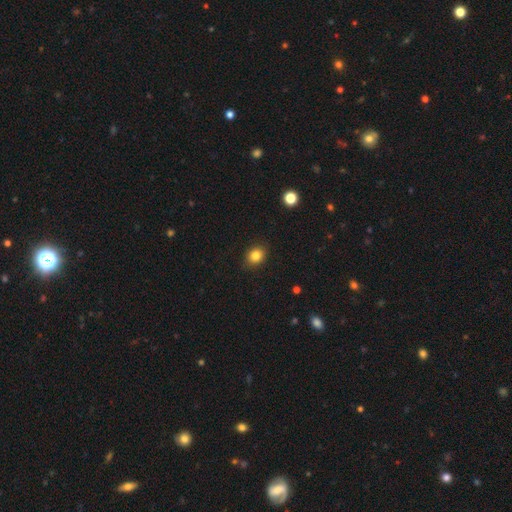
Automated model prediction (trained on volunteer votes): Smooth or featured?
  - smooth: 83% *
  - star or artifact: 11%
  - featured or disk: 6%
How rounded?
  - round: 61% *
  - in between: 38%
  - cigar-shaped: 1%
Merging?
  - none: 89% *
  - minor disturbance: 8%
  - major disturbance: 2%
  - merger: 1%